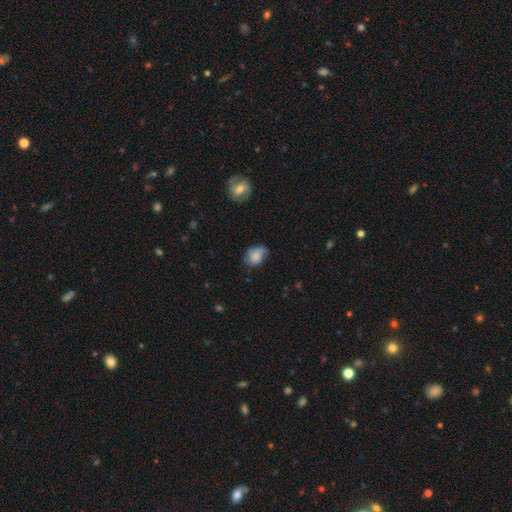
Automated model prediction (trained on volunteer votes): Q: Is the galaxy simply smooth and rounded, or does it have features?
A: smooth — 63%.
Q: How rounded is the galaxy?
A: in between — 53%.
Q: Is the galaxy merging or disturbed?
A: none — 48%.